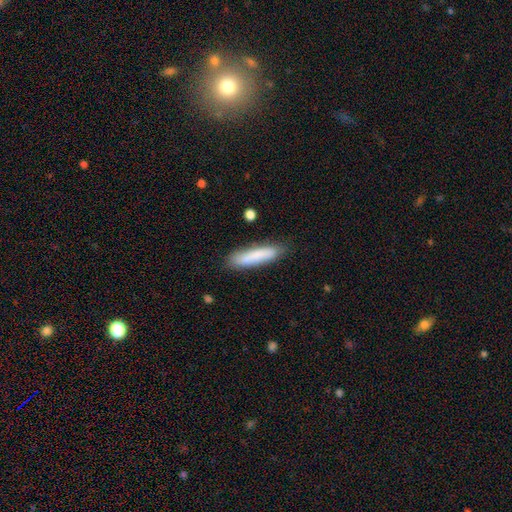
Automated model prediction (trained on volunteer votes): smooth 80%, featured or disk 14%, star or artifact 6%. Down the decision tree: how rounded — cigar-shaped (80%); merging — none (83%).